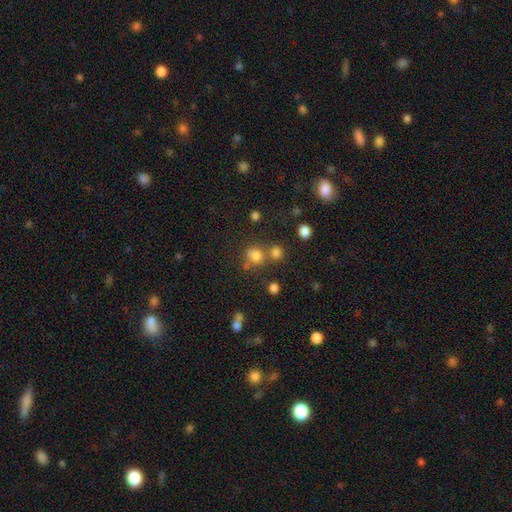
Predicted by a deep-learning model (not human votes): Morphology: type=smooth (74%); roundness=round (72%); merging=none (53%).